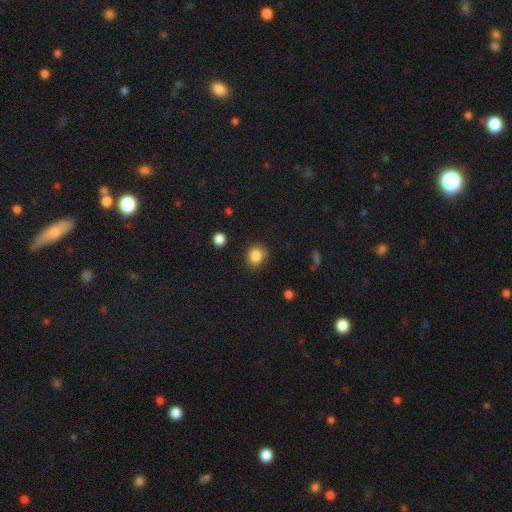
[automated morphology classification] Q: Smooth or featured?
A: smooth (85%); runner-up: star or artifact (10%)
Q: How rounded?
A: round (75%); runner-up: in between (24%)
Q: Merging?
A: none (71%); runner-up: minor disturbance (21%)